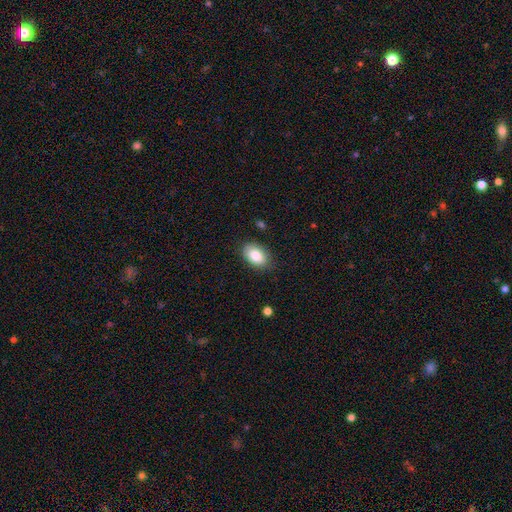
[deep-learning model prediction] A smooth galaxy with no disk features (85%) that is in between round and cigar-shaped (90%). Merging: none (82%).